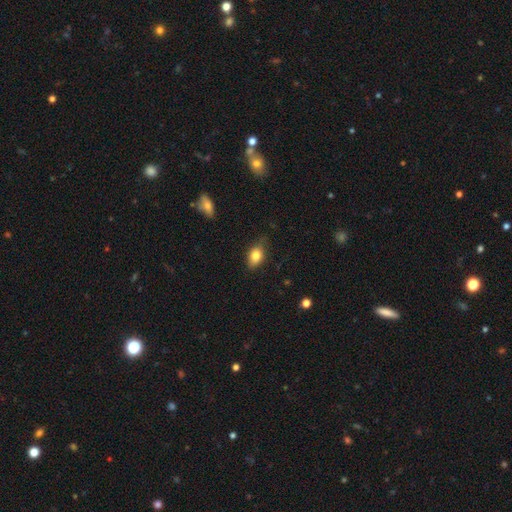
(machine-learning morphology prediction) smooth_or_featured: smooth (p=0.80) [alt: featured or disk p=0.12]
how_rounded: in between (p=0.83) [alt: round p=0.14]
merging: none (p=0.77) [alt: minor disturbance p=0.19]